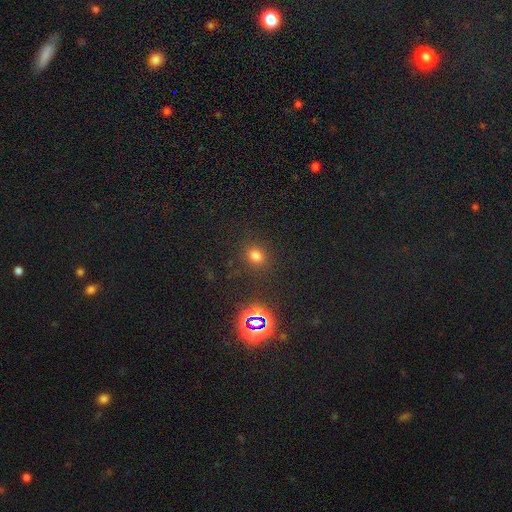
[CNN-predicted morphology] A smooth galaxy with no disk features (69%) that is round (62%).

Vote fractions:
- Smooth or featured? smooth: 69% / star or artifact: 24% / featured or disk: 7%
- How rounded? round: 62% / in between: 37% / cigar-shaped: 1%
- Merging? none: 84% / minor disturbance: 9% / major disturbance: 4% / merger: 2%